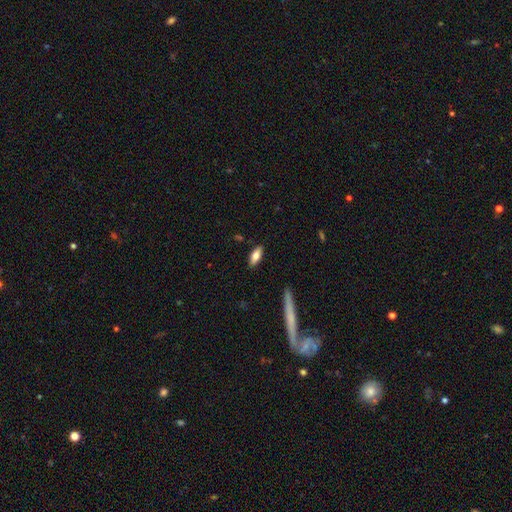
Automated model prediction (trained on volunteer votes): smooth-or-featured: smooth: 76% | featured or disk: 18% | star or artifact: 6%
  how-rounded: in between: 77% | cigar-shaped: 21% | round: 2%
  merging: none: 87% | minor disturbance: 10% | major disturbance: 2% | merger: 1%